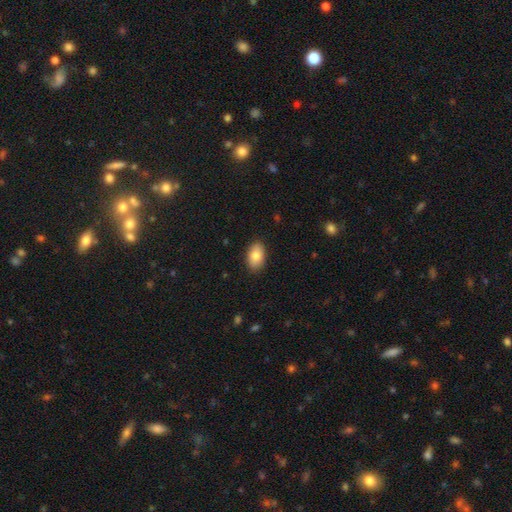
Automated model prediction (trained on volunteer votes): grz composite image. It shows a smooth galaxy with no disk features (81%) that is in between round and cigar-shaped (91%). Merging: none (87%).